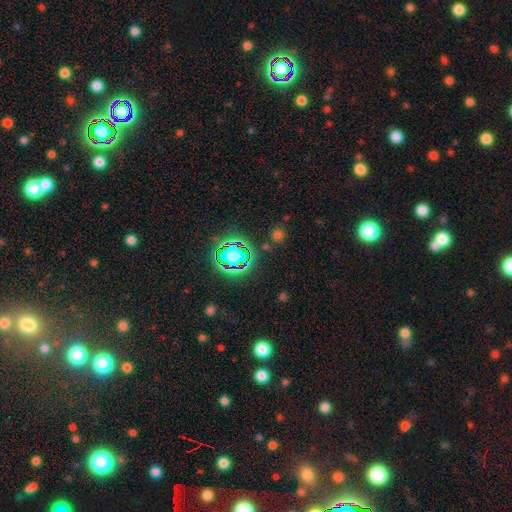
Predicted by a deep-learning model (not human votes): smooth_or_featured: star or artifact (p=0.77) [alt: smooth p=0.15]